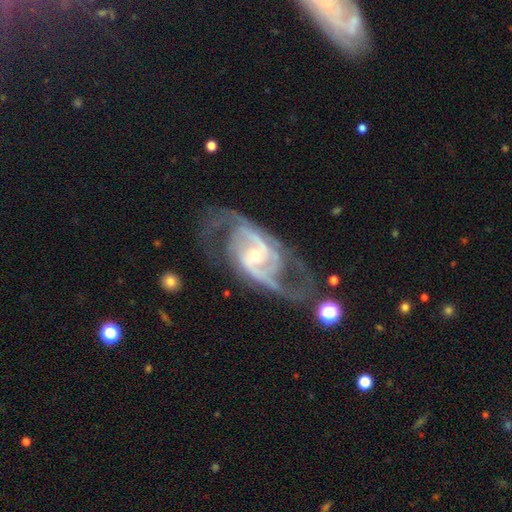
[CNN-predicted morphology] featured or disk 91%, star or artifact 5%, smooth 4%. Down the decision tree: edge-on disk — no (96%); bar — no (39%); spiral arms — yes (96%); spiral arm count — 2 (80%); spiral winding — medium (53%); bulge size — small (51%); merging — none (66%).